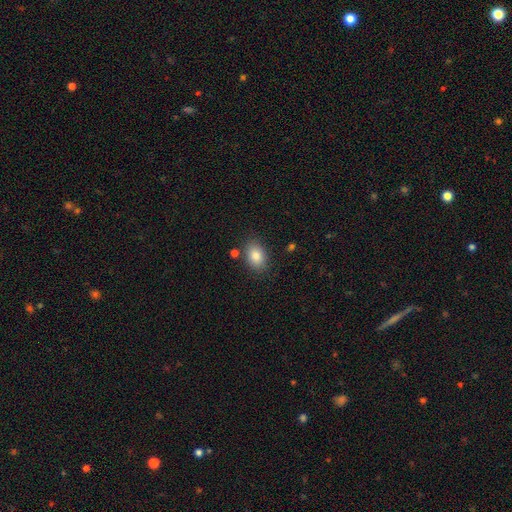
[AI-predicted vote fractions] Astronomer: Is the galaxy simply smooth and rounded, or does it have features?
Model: smooth — 85%.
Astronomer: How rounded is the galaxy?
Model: in between — 78%.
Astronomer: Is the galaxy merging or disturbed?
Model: none — 81%.